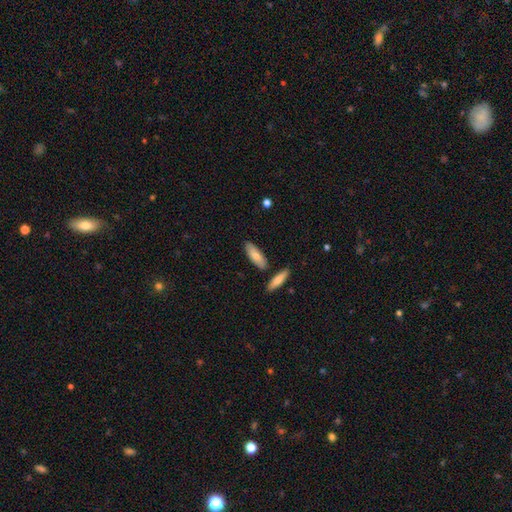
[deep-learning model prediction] A smooth galaxy with no disk features (80%) that is in between round and cigar-shaped (67%).

Vote fractions:
- Smooth or featured? smooth: 80% / featured or disk: 15% / star or artifact: 6%
- How rounded? in between: 67% / cigar-shaped: 31% / round: 2%
- Merging? none: 79% / minor disturbance: 12% / merger: 7% / major disturbance: 2%